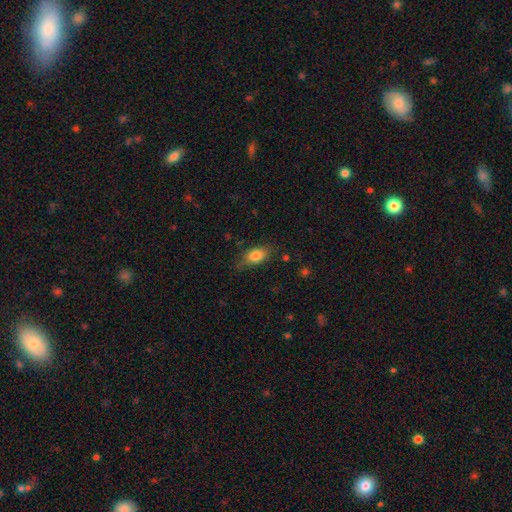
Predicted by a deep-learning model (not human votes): This is clearly a smooth galaxy (81%). How rounded: clearly in between (84%). Merging: likely none (71%).